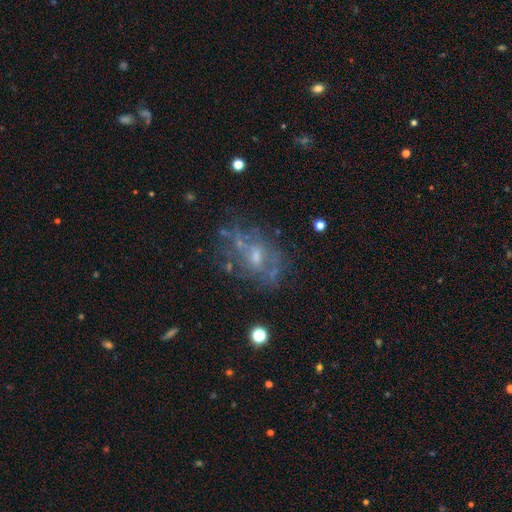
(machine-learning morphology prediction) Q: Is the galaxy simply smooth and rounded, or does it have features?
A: featured or disk — 63%.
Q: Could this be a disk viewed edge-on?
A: no — 95%.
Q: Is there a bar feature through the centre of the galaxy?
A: no — 64%.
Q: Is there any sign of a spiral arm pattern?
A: no — 64%.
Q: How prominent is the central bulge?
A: small — 48%.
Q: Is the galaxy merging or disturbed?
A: none — 56%.